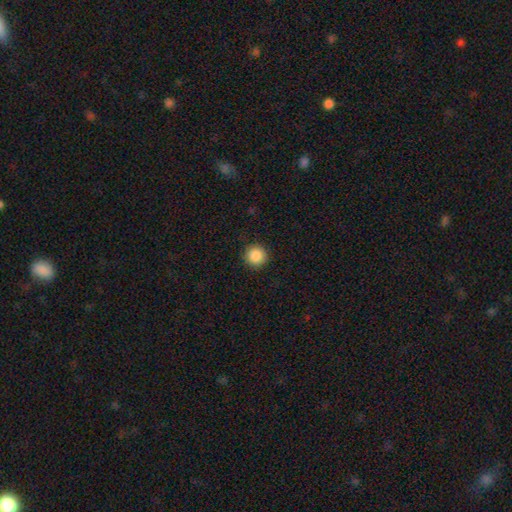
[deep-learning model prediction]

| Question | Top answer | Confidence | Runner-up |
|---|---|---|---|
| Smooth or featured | smooth | 87% | star or artifact (9%) |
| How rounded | round | 95% | in between (4%) |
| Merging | none | 92% | minor disturbance (5%) |